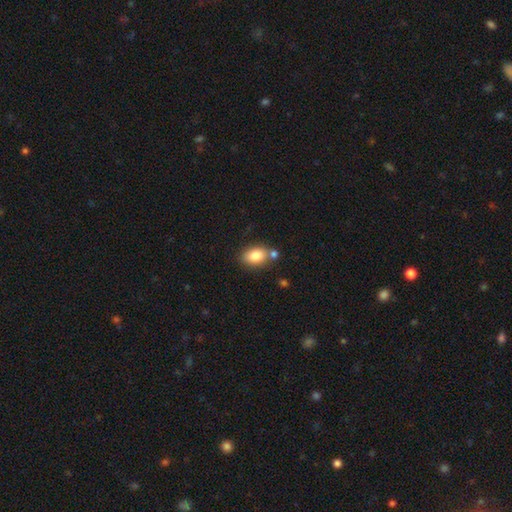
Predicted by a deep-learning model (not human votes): Q: Smooth or featured?
A: smooth (84%); runner-up: star or artifact (8%)
Q: How rounded?
A: in between (82%); runner-up: round (17%)
Q: Merging?
A: none (67%); runner-up: merger (16%)